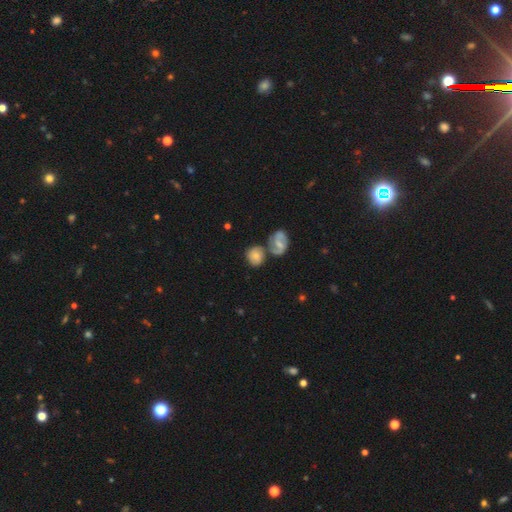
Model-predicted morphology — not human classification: Smooth or featured?
  - smooth: 58% *
  - featured or disk: 33%
  - star or artifact: 9%
How rounded?
  - round: 71% *
  - in between: 28%
  - cigar-shaped: 2%
Merging?
  - none: 49% *
  - merger: 33%
  - minor disturbance: 13%
  - major disturbance: 5%